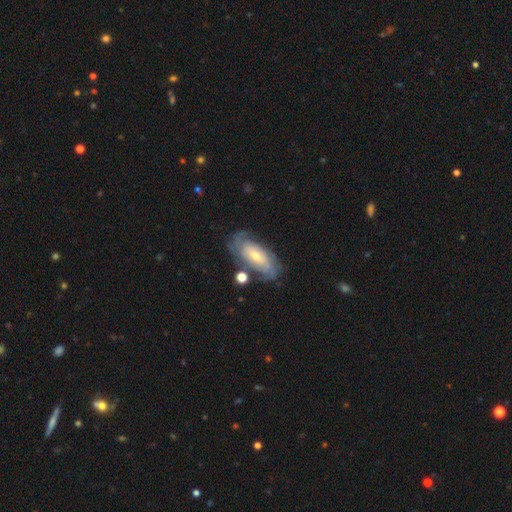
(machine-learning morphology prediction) Smooth or featured: featured or disk — 72% (smooth — 22%)
Edge-on disk: no — 91% (yes — 9%)
Bar: no — 53% (weak — 35%)
Spiral arms: yes — 88% (no — 12%)
Spiral winding: tight — 61% (medium — 29%)
Spiral arm count: can't tell — 46% (2 — 29%)
Bulge size: small — 59% (moderate — 35%)
Merging: none — 65% (minor disturbance — 19%)